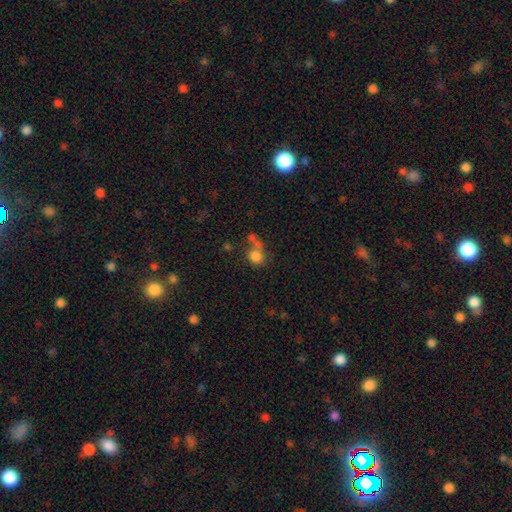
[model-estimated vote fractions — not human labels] smooth-or-featured: smooth: 78% | star or artifact: 12% | featured or disk: 11%
  how-rounded: round: 74% | in between: 24% | cigar-shaped: 1%
  merging: none: 36% (tied) | merger: 36% (tied) | major disturbance: 14% | minor disturbance: 13%